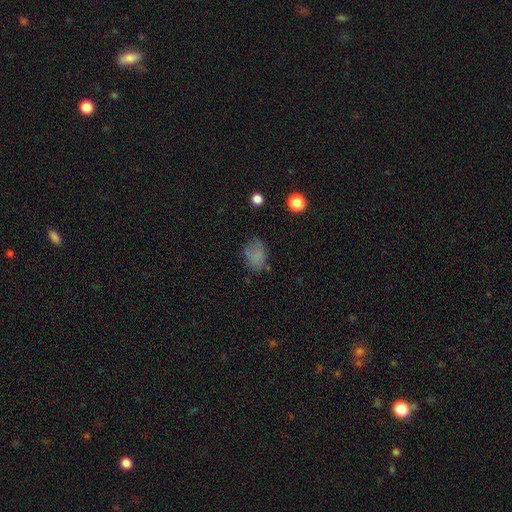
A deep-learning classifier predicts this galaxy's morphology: Smooth or featured: smooth — 74% (star or artifact — 13%)
How rounded: in between — 73% (round — 26%)
Merging: none — 62% (minor disturbance — 25%)